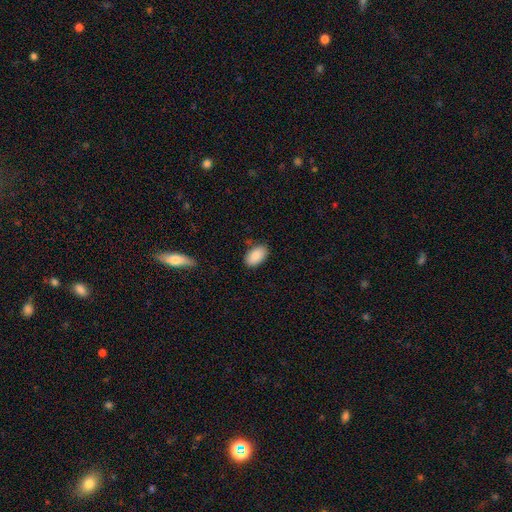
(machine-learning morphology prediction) Overall: smooth (88%). How rounded: in between (94%). Merging: none (83%).